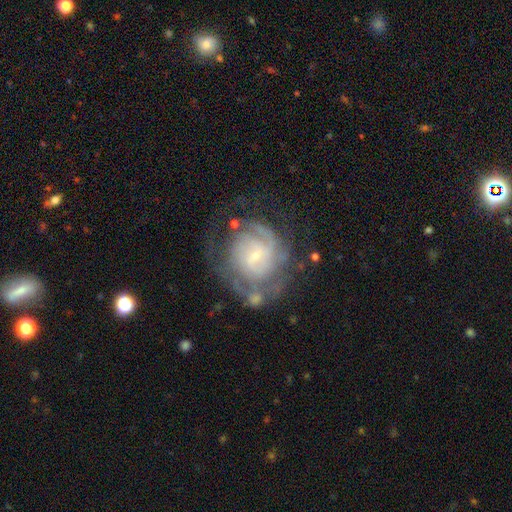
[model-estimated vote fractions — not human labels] The model was most divided on "bar": no: 53%, weak: 40%, strong: 8%. Remaining: edge-on disk — no (98%); spiral arms — yes (91%); smooth or featured — featured or disk (81%); bulge size — small (80%); spiral winding — tight (61%); merging — none (54%); spiral arm count — can't tell (40%).